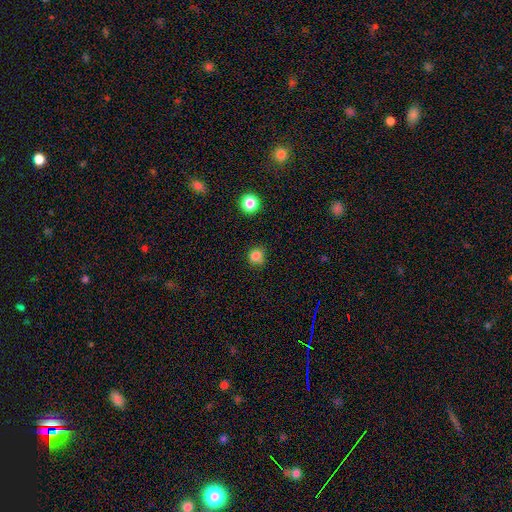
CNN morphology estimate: smooth_or_featured: smooth (p=0.83) [alt: star or artifact p=0.13]
how_rounded: round (p=0.87) [alt: in between p=0.12]
merging: none (p=0.78) [alt: minor disturbance p=0.16]